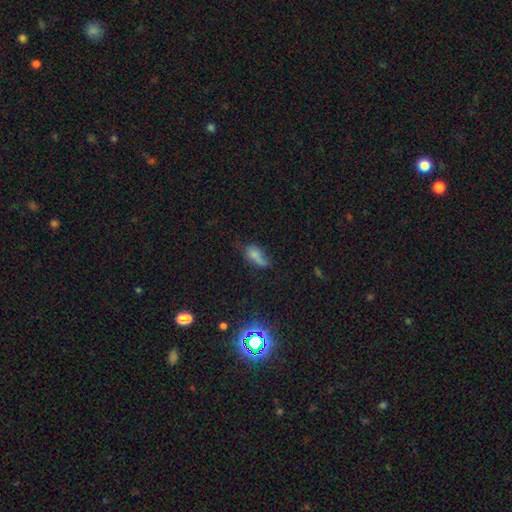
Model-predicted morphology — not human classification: Smooth or featured: smooth — 68% (featured or disk — 17%)
How rounded: in between — 83% (cigar-shaped — 12%)
Merging: none — 38% (minor disturbance — 32%)